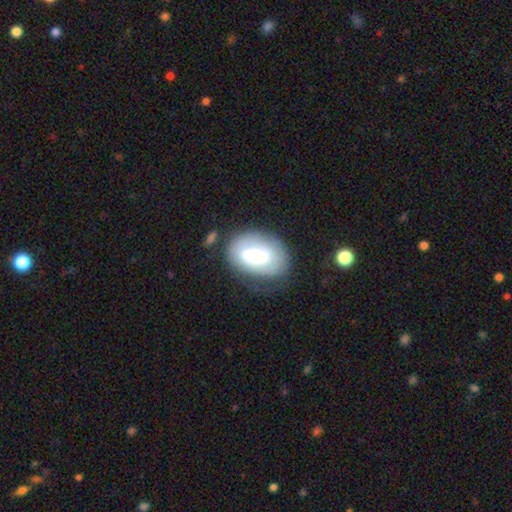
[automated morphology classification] This is possibly a featured or disk galaxy (46%). Merging: likely none (64%).